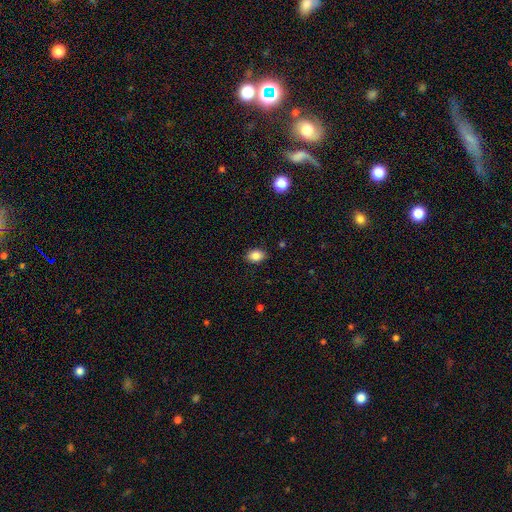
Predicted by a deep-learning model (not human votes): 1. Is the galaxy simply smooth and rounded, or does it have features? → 86% smooth, 9% star or artifact, 5% featured or disk.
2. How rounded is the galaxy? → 79% in between, 20% round, 1% cigar-shaped.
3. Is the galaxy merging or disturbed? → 87% none, 10% minor disturbance, 2% major disturbance, 1% merger.